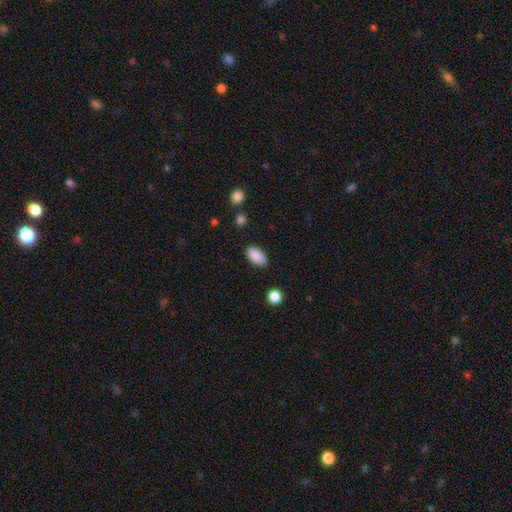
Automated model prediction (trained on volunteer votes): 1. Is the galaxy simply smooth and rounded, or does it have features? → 89% smooth, 7% star or artifact, 4% featured or disk.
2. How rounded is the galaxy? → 94% in between, 4% round, 2% cigar-shaped.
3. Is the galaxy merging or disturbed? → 83% none, 13% minor disturbance, 3% major disturbance, 2% merger.